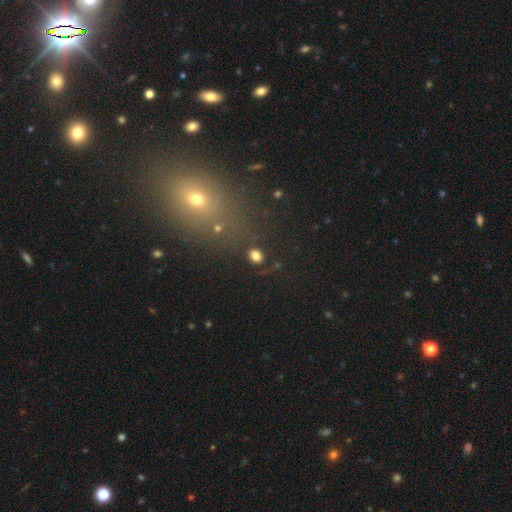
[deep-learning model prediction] smooth_or_featured: smooth (p=0.80) [alt: star or artifact p=0.14]
how_rounded: round (p=0.60) [alt: in between p=0.39]
merging: none (p=0.82) [alt: minor disturbance p=0.10]